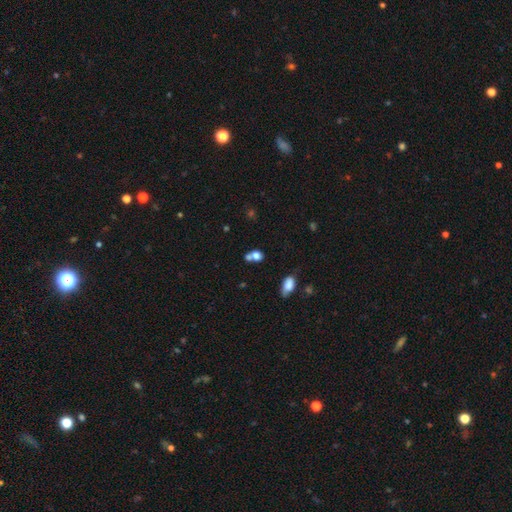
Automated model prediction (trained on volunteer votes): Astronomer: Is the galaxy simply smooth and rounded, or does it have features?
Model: smooth — 76%.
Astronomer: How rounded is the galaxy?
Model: round — 53% (runner-up: in between, 45%).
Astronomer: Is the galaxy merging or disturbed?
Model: merger — 47% (runner-up: none, 36%).